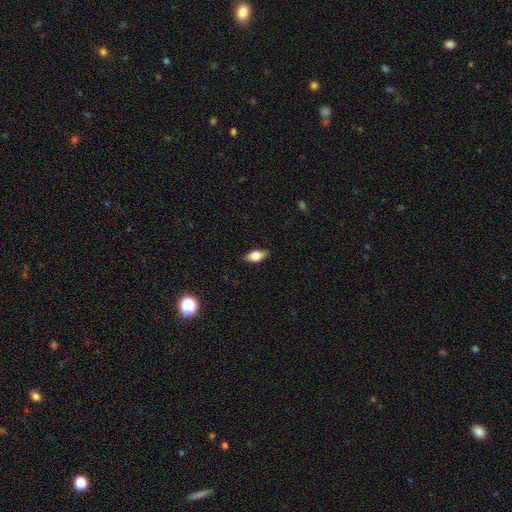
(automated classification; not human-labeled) This is likely a smooth galaxy (71%). How rounded: clearly in between (85%). Merging: clearly none (87%).